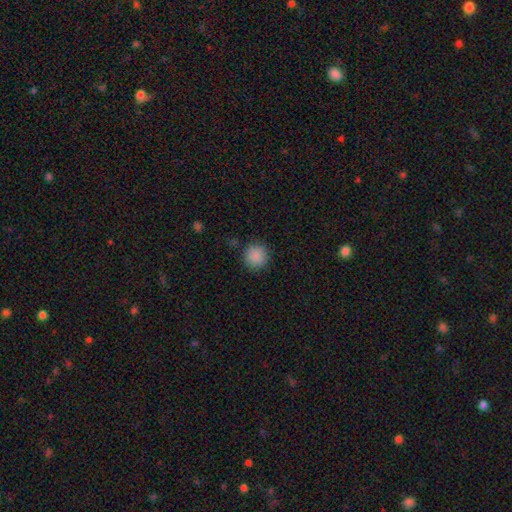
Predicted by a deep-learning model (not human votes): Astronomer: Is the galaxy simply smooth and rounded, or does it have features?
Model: smooth — 88%.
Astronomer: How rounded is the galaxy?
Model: round — 93%.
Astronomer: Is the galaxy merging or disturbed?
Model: none — 88%.